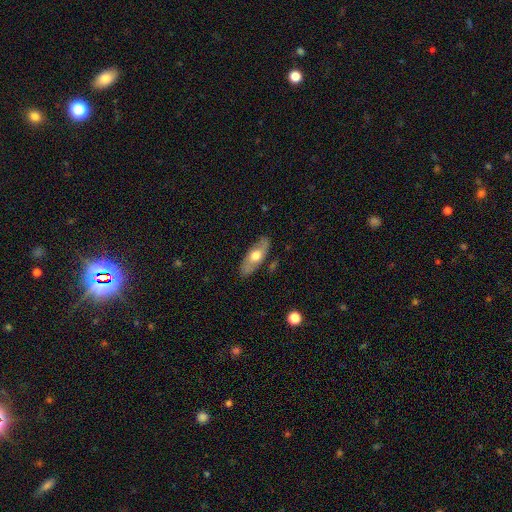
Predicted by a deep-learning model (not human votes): This appears to be a smooth galaxy with no disk features (52%) that is in between round and cigar-shaped (77%). Merging: none (83%).